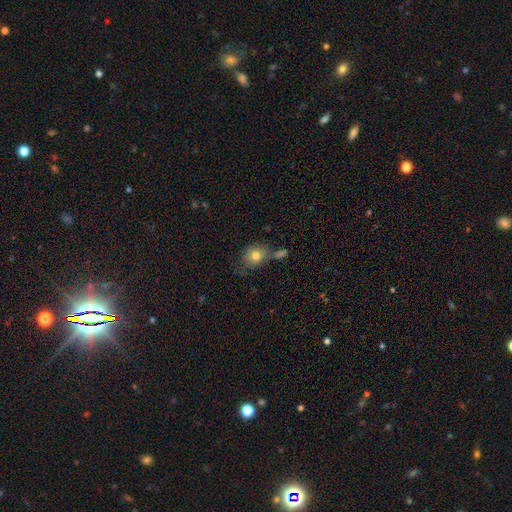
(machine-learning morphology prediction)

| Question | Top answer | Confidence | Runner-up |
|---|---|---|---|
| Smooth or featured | smooth | 77% | featured or disk (13%) |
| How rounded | round | 68% | in between (31%) |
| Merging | none | 51% | merger (22%) |